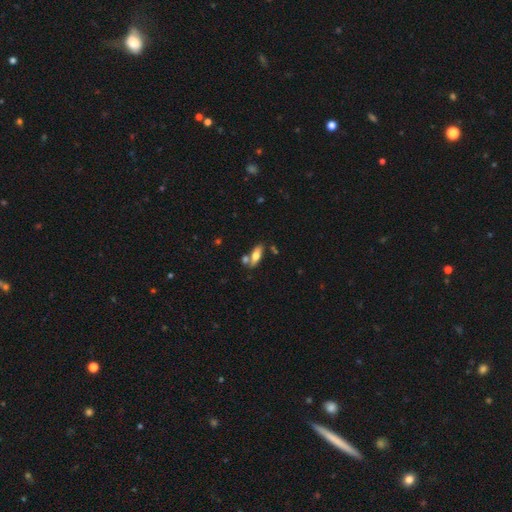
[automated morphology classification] This is likely a smooth galaxy (62%). How rounded: likely in between (67%). Merging: likely none (63%).